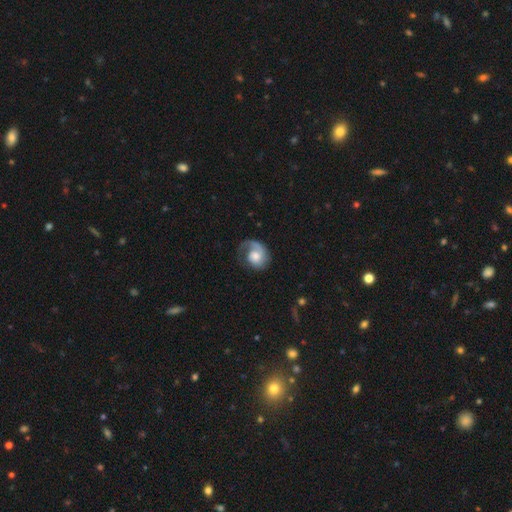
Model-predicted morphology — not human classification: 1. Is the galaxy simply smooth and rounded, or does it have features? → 68% featured or disk, 26% smooth, 6% star or artifact.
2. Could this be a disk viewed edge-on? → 98% no, 2% yes.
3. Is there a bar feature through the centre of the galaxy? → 75% no, 22% weak, 3% strong.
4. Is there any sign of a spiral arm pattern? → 92% yes, 8% no.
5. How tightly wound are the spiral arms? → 35% tight, 34% medium, 31% loose.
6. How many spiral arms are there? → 82% 1, 10% 2, 5% can't tell, 1% 3, 1% 4, 1% more than 4.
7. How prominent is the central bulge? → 54% moderate, 21% small, 18% large, 4% none, 3% dominant.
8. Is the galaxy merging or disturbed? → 50% none, 28% major disturbance, 20% minor disturbance, 2% merger.